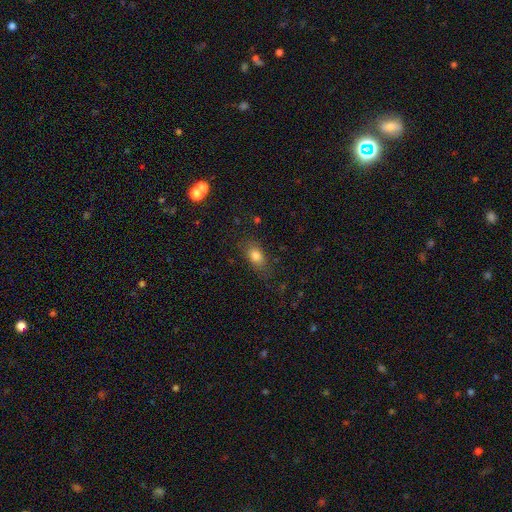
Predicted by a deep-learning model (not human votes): The model was most divided on "merging": none: 77%, minor disturbance: 16%, major disturbance: 6%, merger: 1%. More confident: how rounded — in between (83%); smooth or featured — smooth (81%).